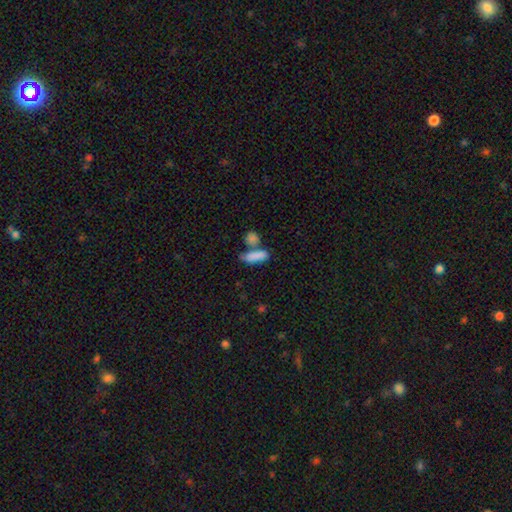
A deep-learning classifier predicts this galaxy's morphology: smooth_or_featured: smooth (p=0.84) [alt: featured or disk p=0.09]
how_rounded: in between (p=0.60) [alt: cigar-shaped p=0.36]
merging: none (p=0.44) [alt: merger p=0.36]